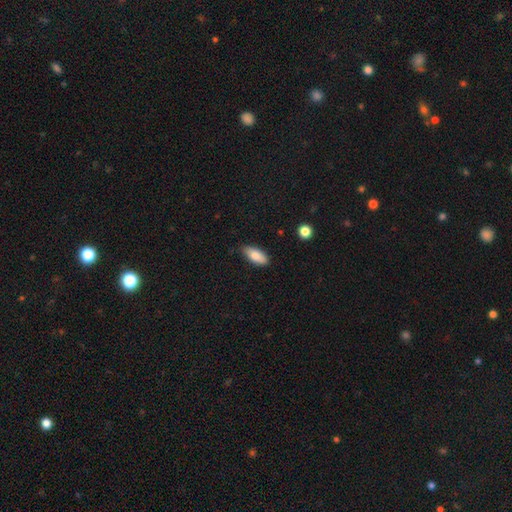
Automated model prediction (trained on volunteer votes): A smooth galaxy with no disk features (83%) that is in between round and cigar-shaped (85%). Merging: none (77%).